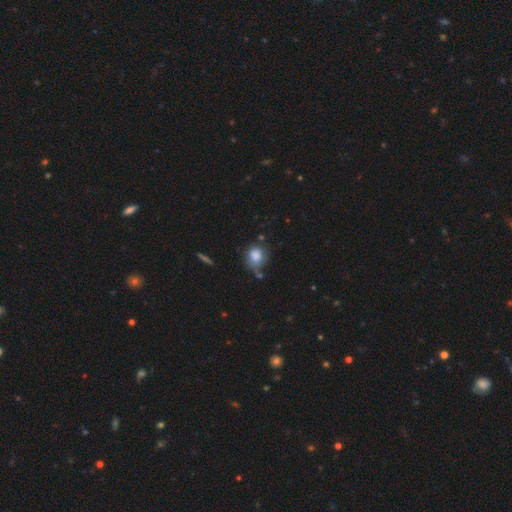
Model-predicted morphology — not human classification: Q: Smooth or featured?
A: smooth (82%); runner-up: star or artifact (10%)
Q: How rounded?
A: round (75%); runner-up: in between (24%)
Q: Merging?
A: none (56%); runner-up: minor disturbance (25%)